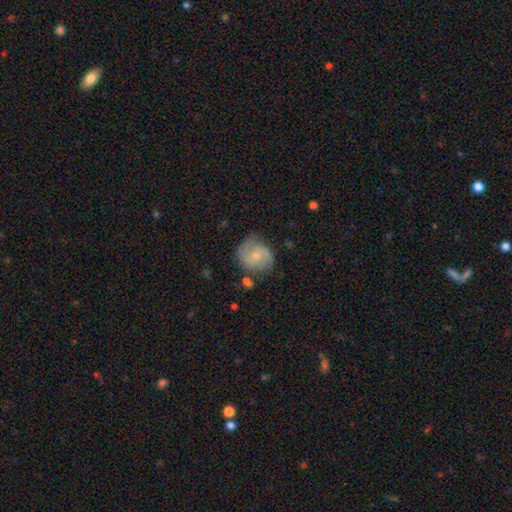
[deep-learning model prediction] This appears to be a featured or disk galaxy (59%) with no bar (57%), 2 (80%) medium (47%) spiral arms (88%) and a small central bulge (54%). Merging: none (68%).